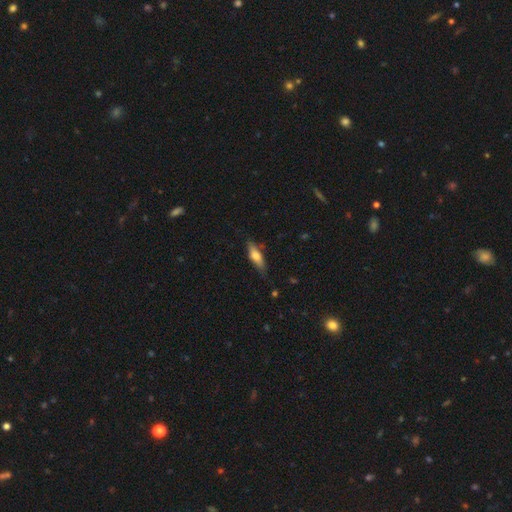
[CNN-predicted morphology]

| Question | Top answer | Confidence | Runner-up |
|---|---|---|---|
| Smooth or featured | smooth | 64% | featured or disk (30%) |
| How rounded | cigar-shaped | 53% | in between (44%) |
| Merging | none | 75% | minor disturbance (19%) |